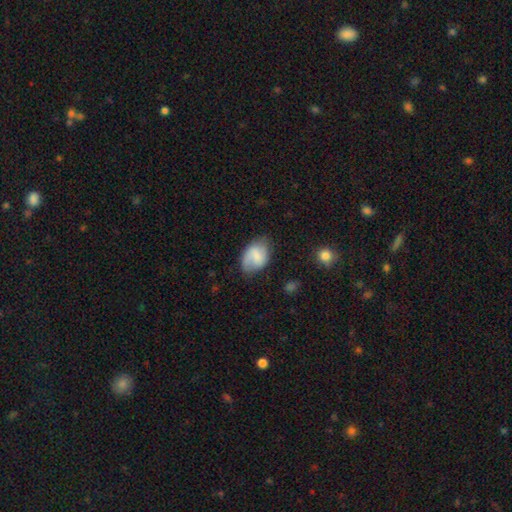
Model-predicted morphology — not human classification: A smooth galaxy with no disk features (63%) that is in between round and cigar-shaped (82%).

Vote fractions:
- Smooth or featured? smooth: 63% / featured or disk: 30% / star or artifact: 7%
- How rounded? in between: 82% / round: 17% / cigar-shaped: 1%
- Merging? none: 63% / minor disturbance: 27% / major disturbance: 8% / merger: 2%